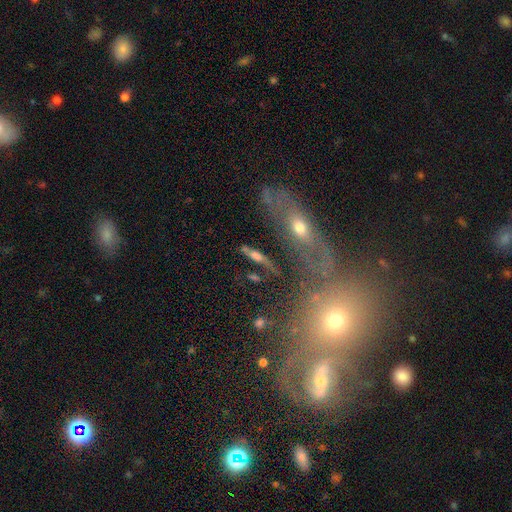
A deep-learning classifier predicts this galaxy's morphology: A smooth galaxy with no disk features (46%).

Vote fractions:
- Smooth or featured? smooth: 46% / featured or disk: 42% / star or artifact: 12%
- Merging? none: 64% / minor disturbance: 16% / merger: 11% / major disturbance: 9%